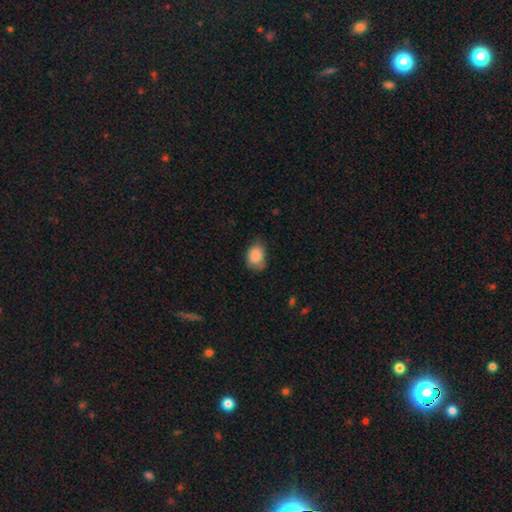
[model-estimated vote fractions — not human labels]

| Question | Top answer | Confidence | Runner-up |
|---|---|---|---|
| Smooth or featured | smooth | 86% | star or artifact (8%) |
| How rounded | in between | 67% | round (32%) |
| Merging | none | 57% | minor disturbance (33%) |